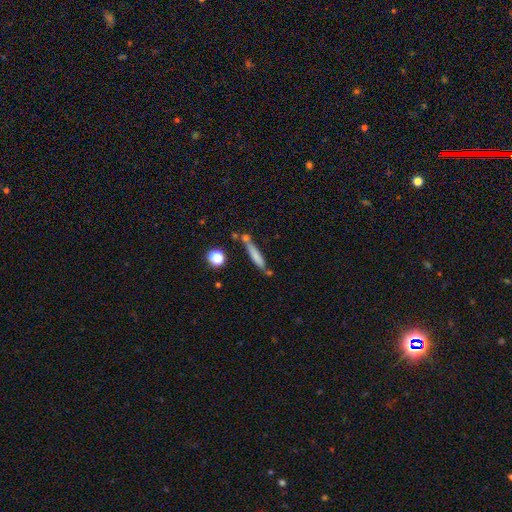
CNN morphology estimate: type=smooth (68%); roundness=cigar-shaped (89%); merging=none (63%).